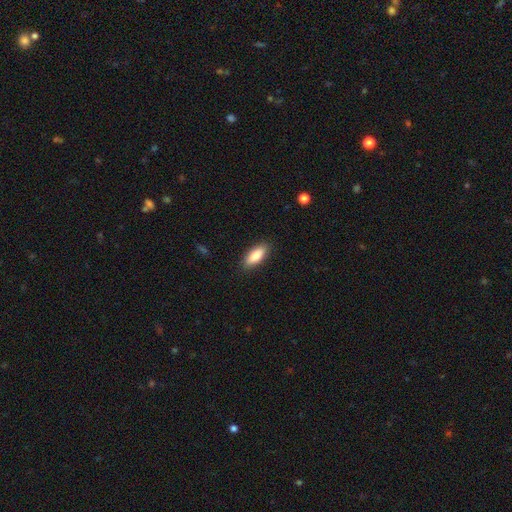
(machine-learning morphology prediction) Smooth or featured: smooth — 85% (featured or disk — 9%)
How rounded: in between — 77% (cigar-shaped — 21%)
Merging: none — 89% (minor disturbance — 8%)